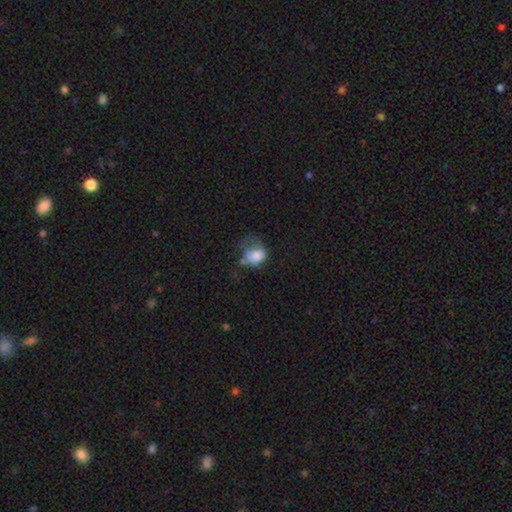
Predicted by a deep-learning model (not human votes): Q: Smooth or featured?
A: smooth (73%); runner-up: featured or disk (18%)
Q: How rounded?
A: in between (51%); runner-up: round (48%)
Q: Merging?
A: major disturbance (44%); runner-up: minor disturbance (27%)